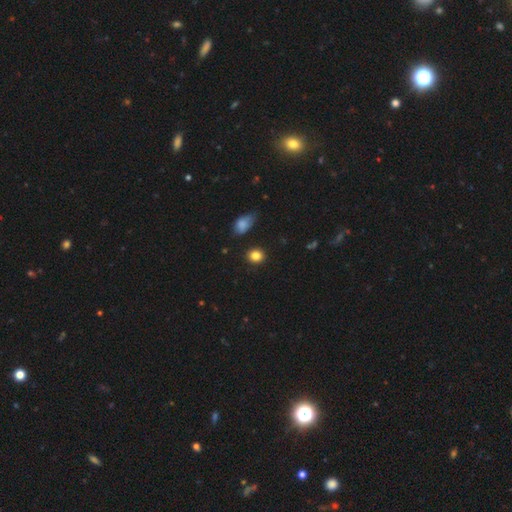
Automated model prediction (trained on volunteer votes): A smooth galaxy with no disk features (85%) that is round (73%).

Vote fractions:
- Smooth or featured? smooth: 85% / star or artifact: 10% / featured or disk: 5%
- How rounded? round: 73% / in between: 26% / cigar-shaped: 1%
- Merging? none: 86% / minor disturbance: 10% / major disturbance: 2% / merger: 2%